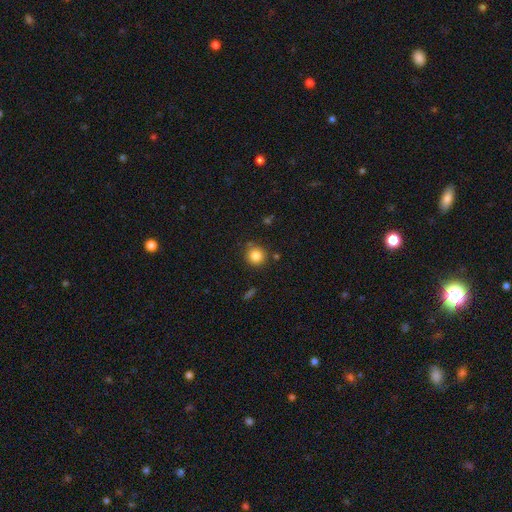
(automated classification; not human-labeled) smooth 83%, star or artifact 11%, featured or disk 6%. Down the decision tree: how rounded — round (93%); merging — none (84%).